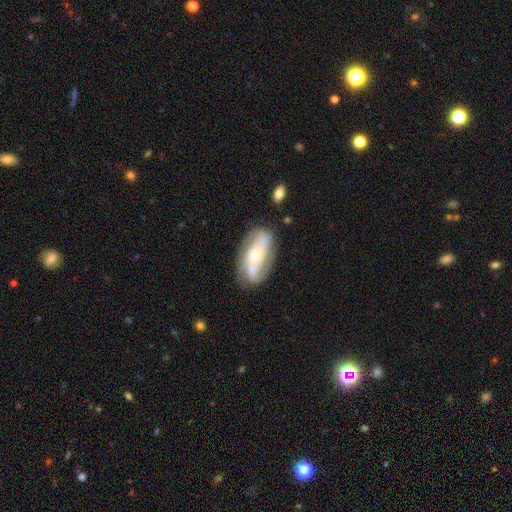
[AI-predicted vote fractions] This is likely a featured or disk galaxy (71%). It is clearly not viewed edge-on (92%). Bar: possibly no (46%). Spiral arm pattern: clearly yes (86%). Spiral arm count: likely 2 (71%). Spiral winding: marginally medium (42%). Central bulge: marginally moderate (43%). Merging: likely none (64%).